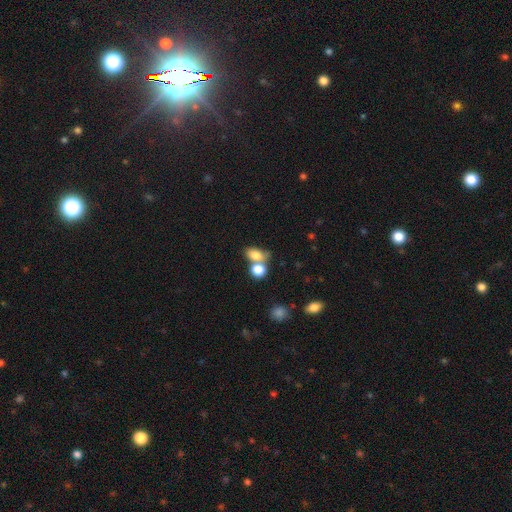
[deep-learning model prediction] Smooth or featured? smooth (80%)
How rounded? in between (75%)
Merging? merger (43%)